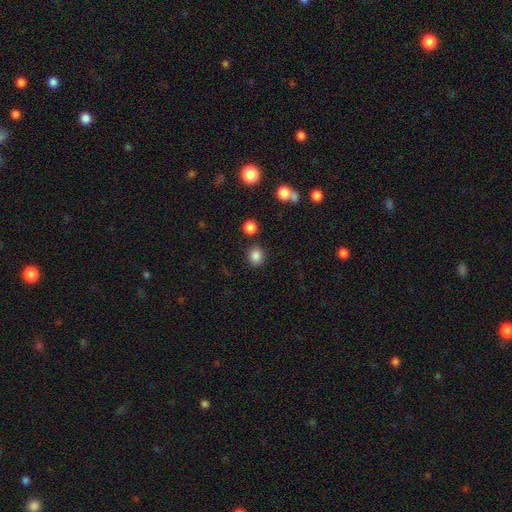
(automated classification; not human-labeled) A smooth galaxy with no disk features (85%) that is round (77%). Merging: none (85%).